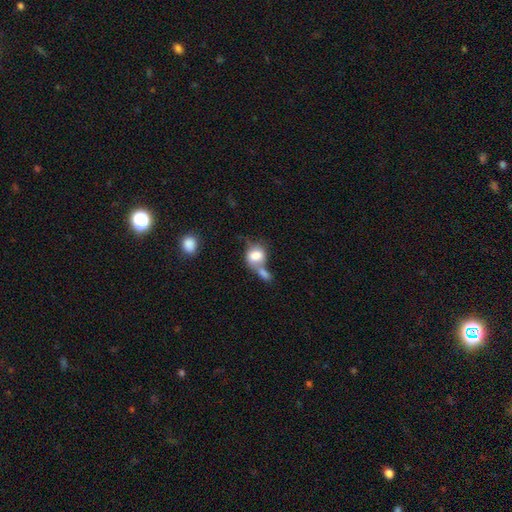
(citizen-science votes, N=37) smooth_or_featured: smooth (p=0.81) [alt: featured or disk p=0.14]
how_rounded: round (p=0.50) [tied with: in between p=0.50]
merging: merger (p=0.43) [alt: none p=0.34]